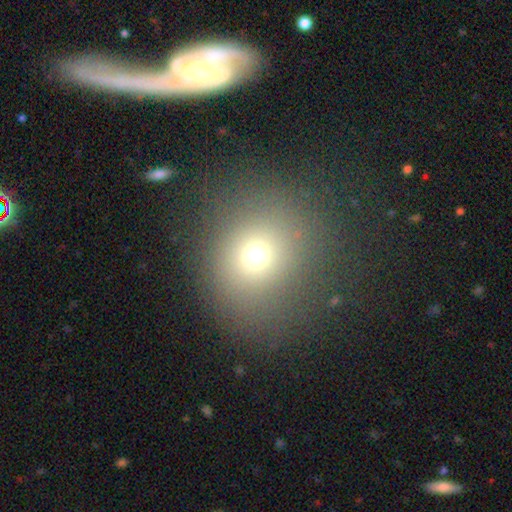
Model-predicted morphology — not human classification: Smooth or featured? Predicted: smooth (p=0.69). How rounded? Predicted: round (p=0.80). Merging? Predicted: none (p=0.79).